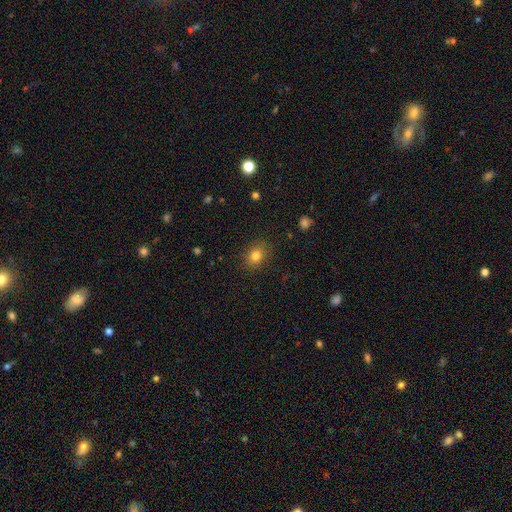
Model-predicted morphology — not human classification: A smooth galaxy with no disk features (81%) that is in between round and cigar-shaped (55%).

Vote fractions:
- Smooth or featured? smooth: 81% / star or artifact: 12% / featured or disk: 7%
- How rounded? in between: 55% / round: 44% / cigar-shaped: 1%
- Merging? none: 86% / minor disturbance: 10% / major disturbance: 3% / merger: 1%